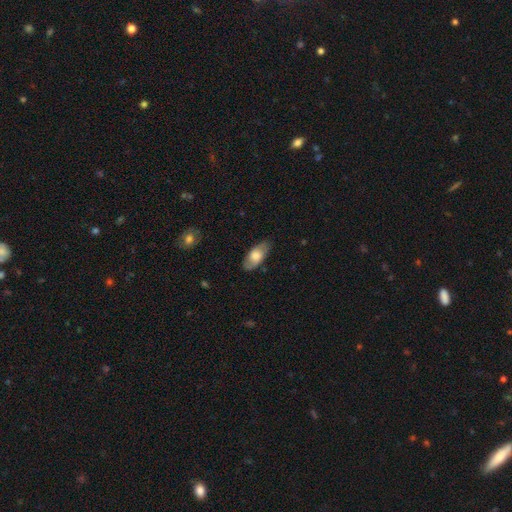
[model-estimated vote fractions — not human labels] Smooth or featured? smooth (64%)
How rounded? in between (88%)
Merging? none (81%)